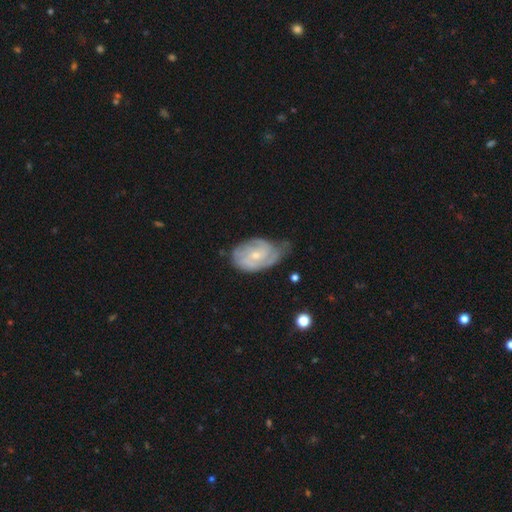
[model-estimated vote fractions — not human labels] The model was most divided on "spiral arm count": 2: 36%, can't tell: 35%, 3: 16%, 1: 5%, 4: 5%, more than 4: 3%. Remaining: edge-on disk — no (97%); spiral arms — yes (91%); smooth or featured — featured or disk (76%); bulge size — small (65%); bar — no (62%); spiral winding — tight (60%); merging — none (47%).